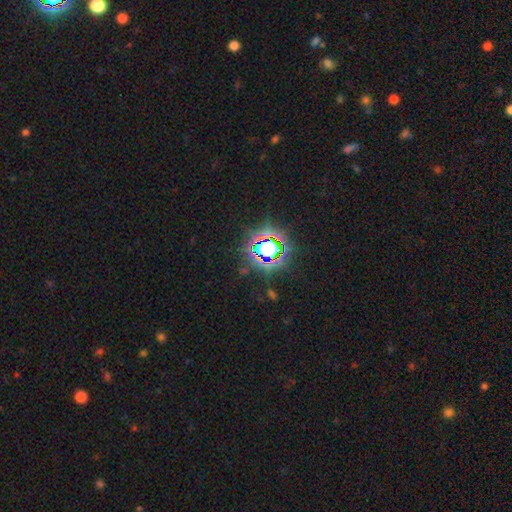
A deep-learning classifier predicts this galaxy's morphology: A star or artifact, not a galaxy (83%).